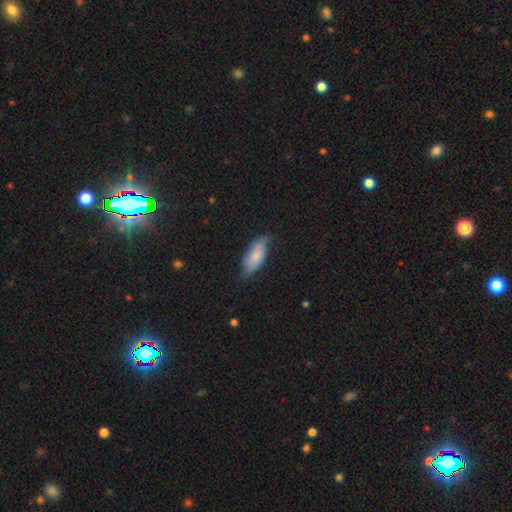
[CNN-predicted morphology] Overall: smooth (75%). How rounded: in between (80%). Merging: none (62%; minor disturbance 30%).